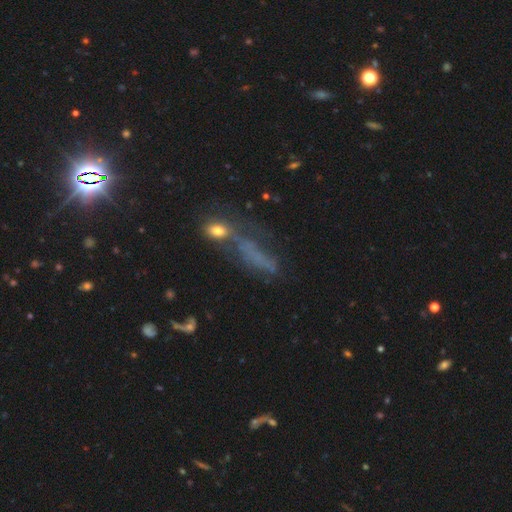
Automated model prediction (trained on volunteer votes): smooth 42%, star or artifact 31%, featured or disk 27%. Down the decision tree: merging — none (36%).